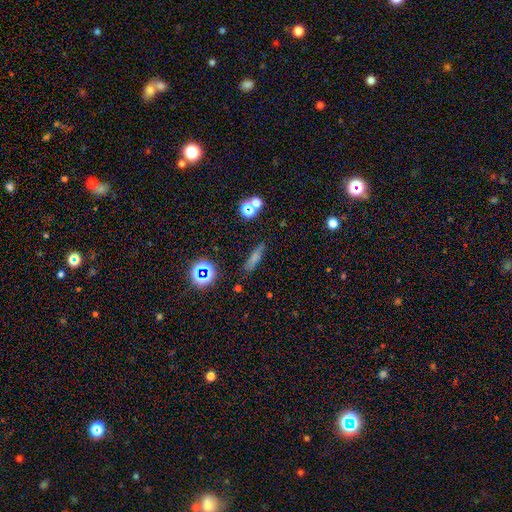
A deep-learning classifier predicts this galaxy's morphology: Smooth or featured? Predicted: smooth (p=0.56). How rounded? Predicted: cigar-shaped (p=0.74). Merging? Predicted: none (p=0.82).